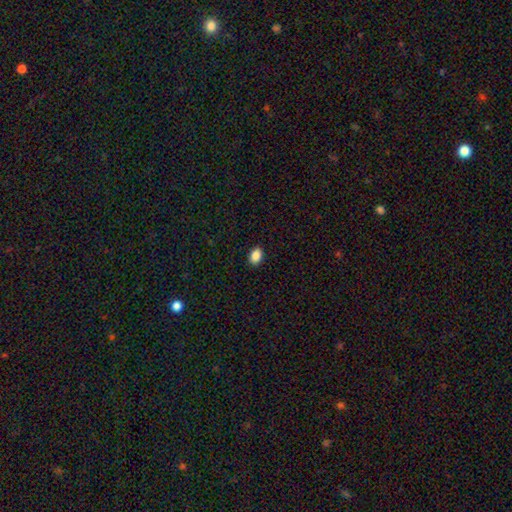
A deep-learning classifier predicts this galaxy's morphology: A smooth galaxy with no disk features (88%) that is in between round and cigar-shaped (81%).

Vote fractions:
- Smooth or featured? smooth: 88% / star or artifact: 8% / featured or disk: 4%
- How rounded? in between: 81% / round: 18% / cigar-shaped: 1%
- Merging? none: 90% / minor disturbance: 7% / major disturbance: 2% / merger: 1%